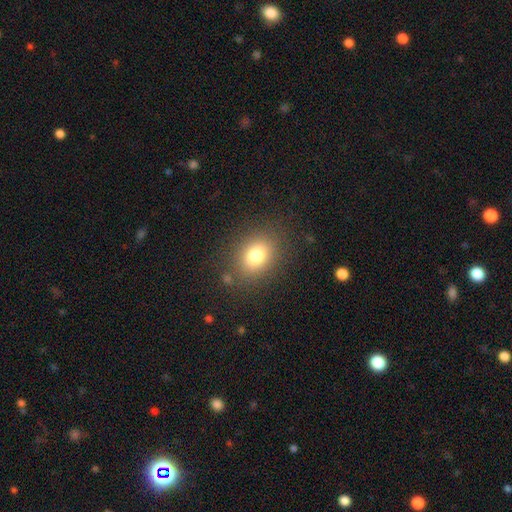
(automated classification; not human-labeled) smooth_or_featured: smooth (p=0.78) [alt: star or artifact p=0.12]
how_rounded: in between (p=0.52) [alt: round p=0.47]
merging: none (p=0.83) [alt: minor disturbance p=0.10]